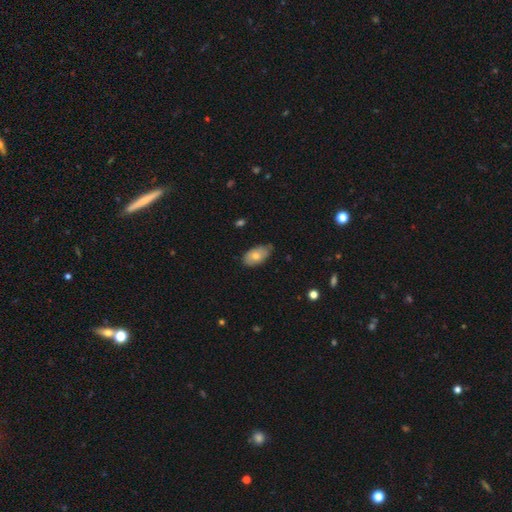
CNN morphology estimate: Smooth or featured: smooth — 72% (featured or disk — 21%)
How rounded: in between — 93% (round — 6%)
Merging: none — 69% (minor disturbance — 26%)